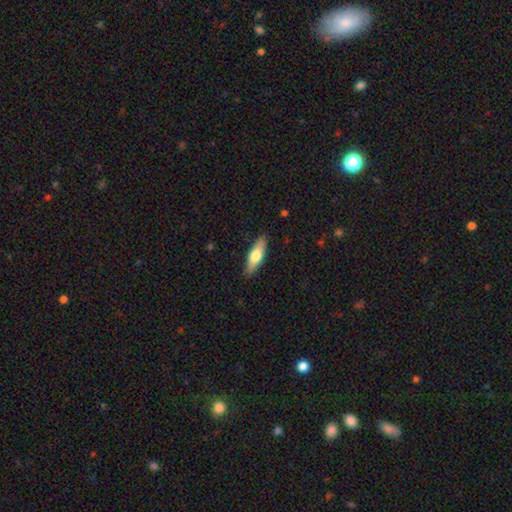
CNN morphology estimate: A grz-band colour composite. It shows a smooth galaxy with no disk features (65%) that is in between round and cigar-shaped (55%). Merging: none (88%).